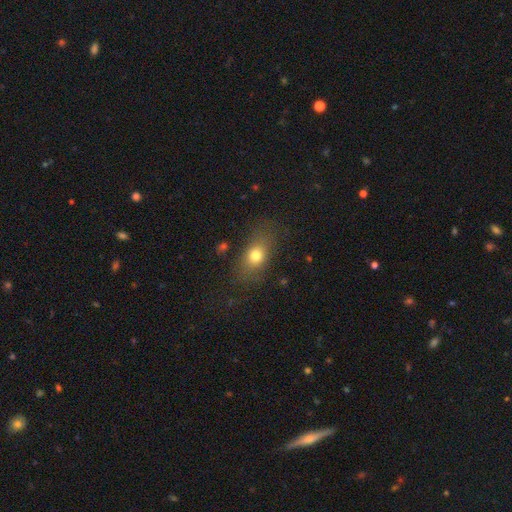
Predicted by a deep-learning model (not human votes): A smooth galaxy with no disk features (75%) that is in between round and cigar-shaped (68%). Merging: none (74%).